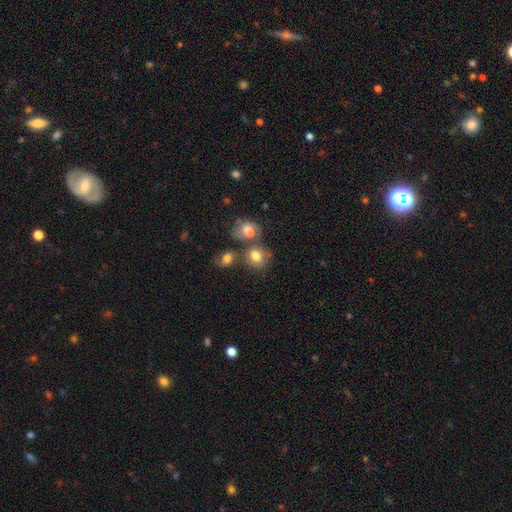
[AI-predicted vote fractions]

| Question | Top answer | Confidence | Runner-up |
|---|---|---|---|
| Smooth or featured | smooth | 75% | featured or disk (14%) |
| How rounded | round | 60% | in between (39%) |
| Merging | none | 43% | merger (37%) |